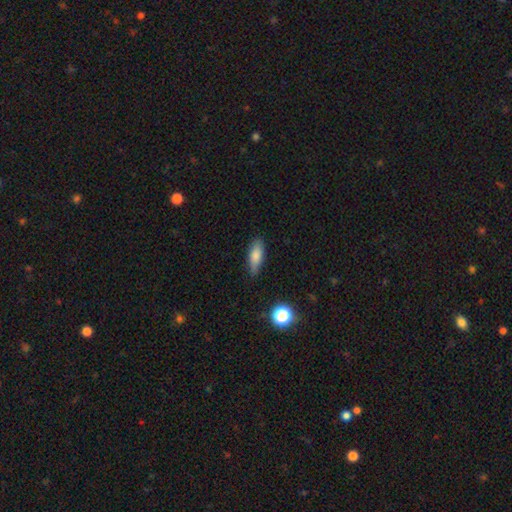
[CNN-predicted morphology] smooth_or_featured: smooth (p=0.80) [alt: featured or disk p=0.12]
how_rounded: in between (p=0.66) [alt: cigar-shaped p=0.31]
merging: none (p=0.79) [alt: minor disturbance p=0.17]